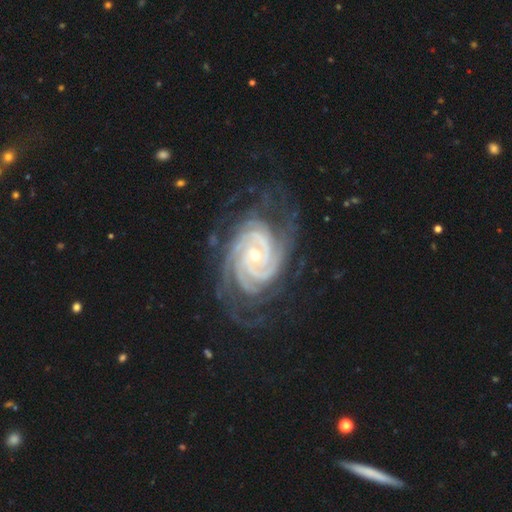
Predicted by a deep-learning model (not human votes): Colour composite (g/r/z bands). It shows a featured or disk galaxy (93%) with no bar (60%), 4 (28%) tight (81%) spiral arms (99%) and a small central bulge (62%). Merging: none (71%).